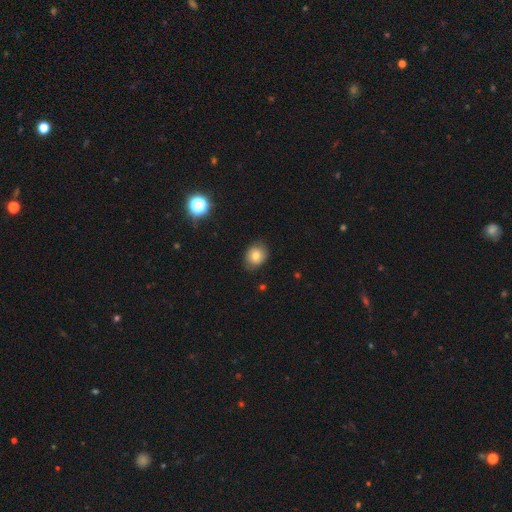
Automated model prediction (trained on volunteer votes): The model was most divided on "how rounded": round: 63%, in between: 37%, cigar-shaped: 1%. More confident: merging — none (81%); smooth or featured — smooth (76%).